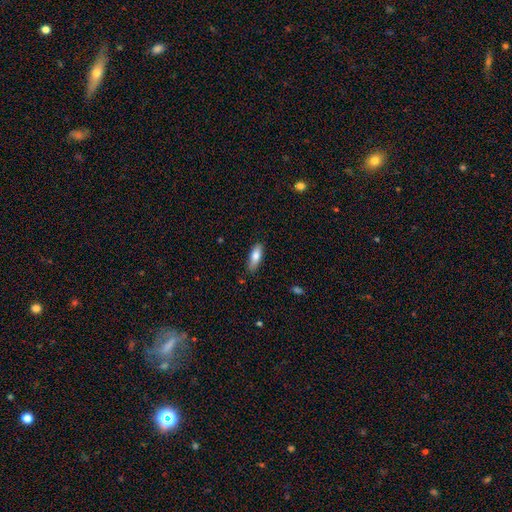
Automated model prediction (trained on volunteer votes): Overall: smooth (79%). How rounded: in between (65%; cigar-shaped 33%). Merging: none (82%).